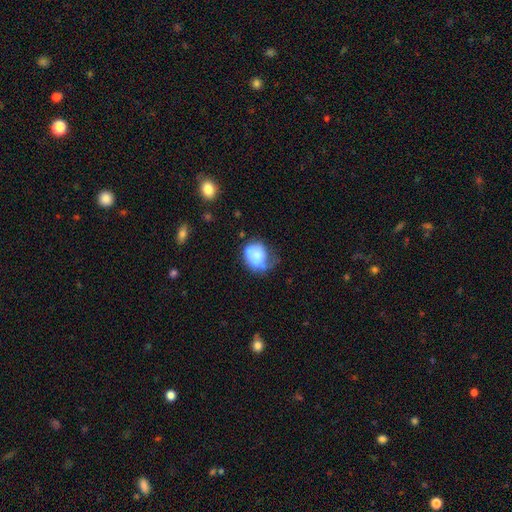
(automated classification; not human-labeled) This is likely a smooth galaxy (64%). How rounded: possibly round (55%). Merging: marginally none (34%).